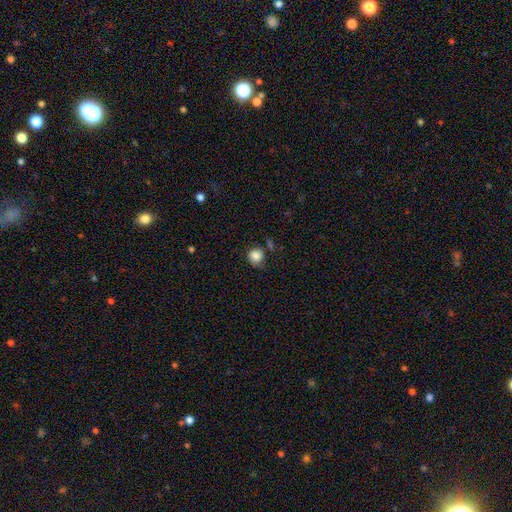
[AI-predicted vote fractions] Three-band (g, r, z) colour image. It shows a smooth galaxy with no disk features (85%) that is round (88%). Merging: none (66%).